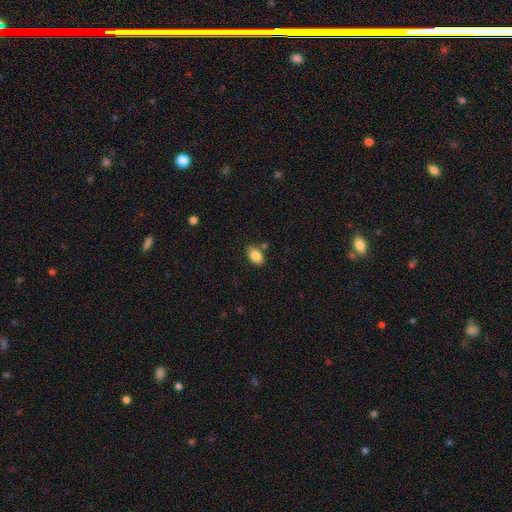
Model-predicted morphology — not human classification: The model was most divided on "merging": none: 77%, minor disturbance: 13%, merger: 7%, major disturbance: 3%. More confident: how rounded — in between (86%); smooth or featured — smooth (85%).